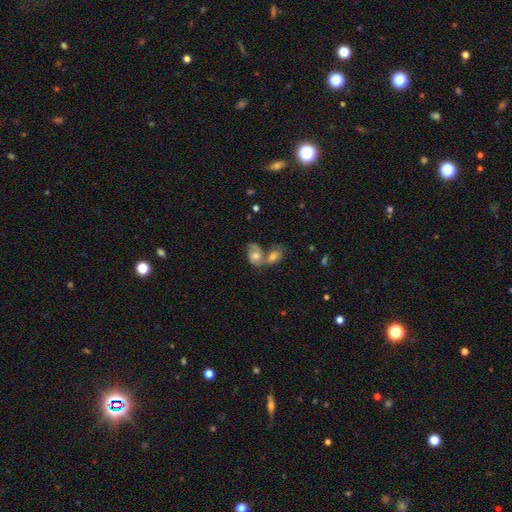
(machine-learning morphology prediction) Smooth or featured? featured or disk (61%)
Edge-on disk? no (97%)
Bar? no (67%)
Spiral arms? yes (85%)
Bulge size? moderate (62%)
Merging? merger (60%)